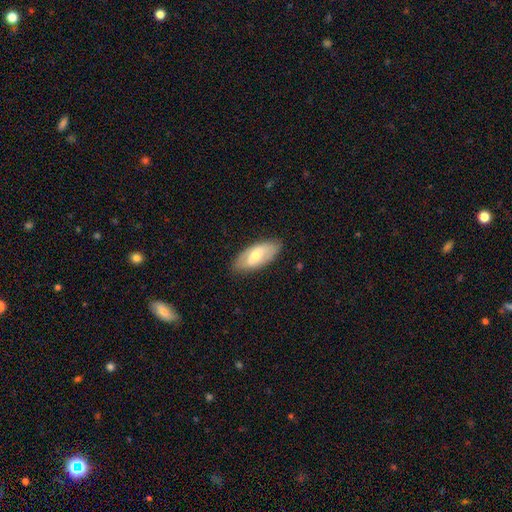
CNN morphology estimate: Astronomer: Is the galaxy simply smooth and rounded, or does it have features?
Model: smooth — 52% (runner-up: featured or disk, 43%).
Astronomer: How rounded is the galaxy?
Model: in between — 88%.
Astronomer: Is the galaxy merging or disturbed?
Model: none — 83%.